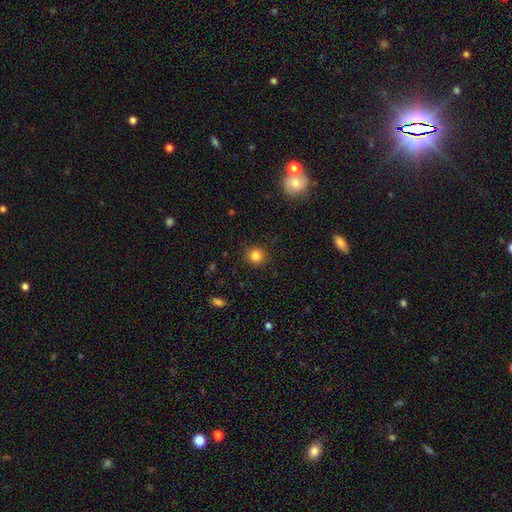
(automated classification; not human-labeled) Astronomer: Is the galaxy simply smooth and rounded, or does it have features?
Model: smooth — 84%.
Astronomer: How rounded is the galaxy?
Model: round — 91%.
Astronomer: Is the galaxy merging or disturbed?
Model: none — 90%.